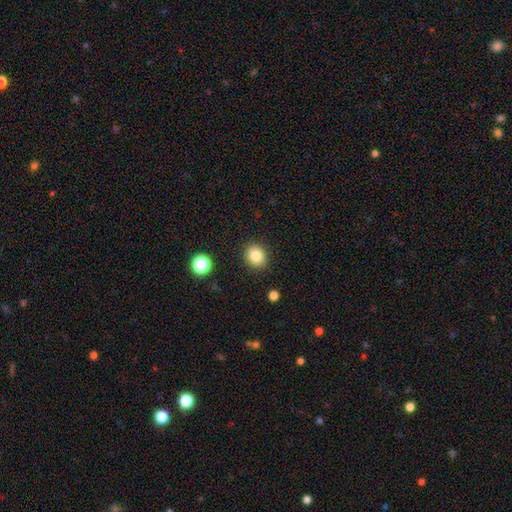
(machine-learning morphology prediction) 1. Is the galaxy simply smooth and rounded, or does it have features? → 83% smooth, 11% star or artifact, 6% featured or disk.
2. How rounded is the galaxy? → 74% round, 25% in between, 1% cigar-shaped.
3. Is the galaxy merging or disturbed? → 89% none, 7% minor disturbance, 2% major disturbance, 1% merger.